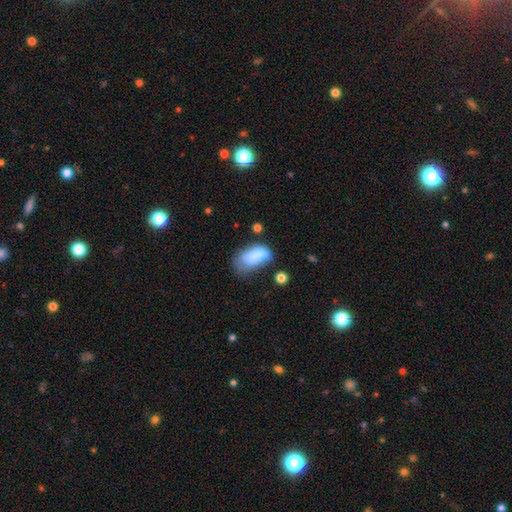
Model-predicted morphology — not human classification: Overall: smooth (73%). How rounded: in between (88%). Merging: minor disturbance (29%; none 27%).